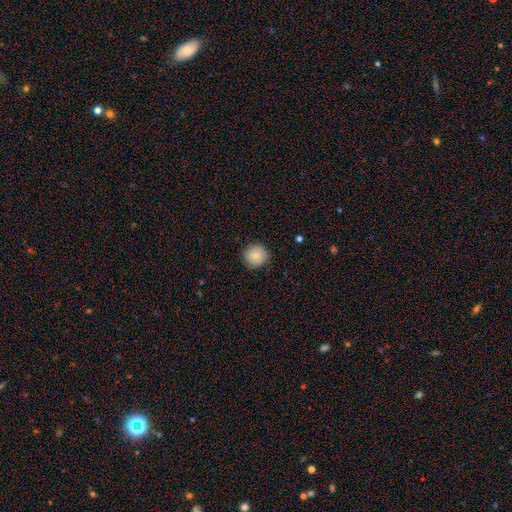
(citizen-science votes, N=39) smooth-or-featured: smooth: 72% | featured or disk: 18% | star or artifact: 10%
  how-rounded: round: 86% | in between: 14% | cigar-shaped: 0%
  merging: none: 91% | minor disturbance: 9% | major disturbance: 0% | merger: 0%